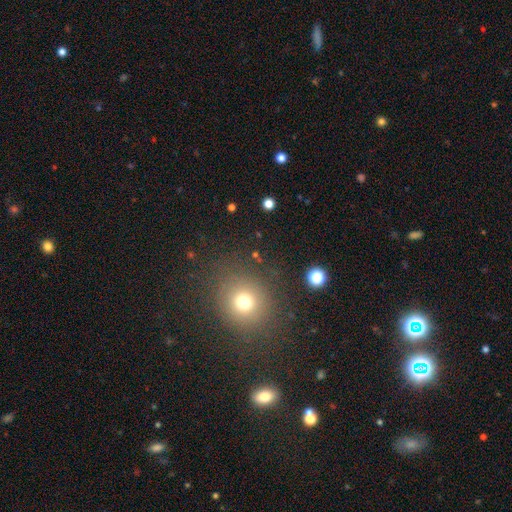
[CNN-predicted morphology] A smooth galaxy with no disk features (65%) that is round (83%). Merging: none (85%).